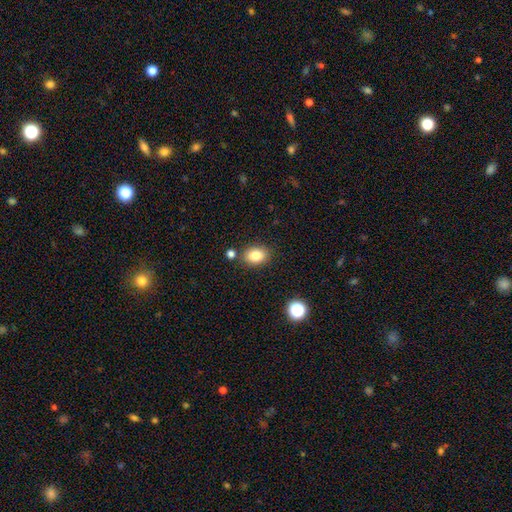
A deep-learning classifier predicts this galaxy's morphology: The model was most divided on "how rounded": in between: 72%, round: 27%, cigar-shaped: 1%. More confident: smooth or featured — smooth (84%); merging — none (81%).